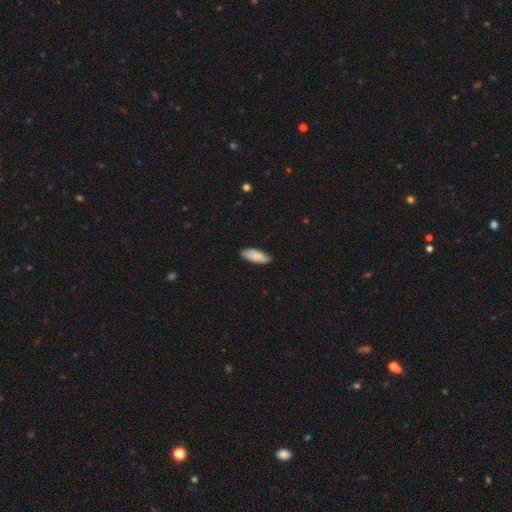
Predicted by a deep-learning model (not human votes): A smooth galaxy with no disk features (84%) that is in between round and cigar-shaped (72%). Merging: none (82%).